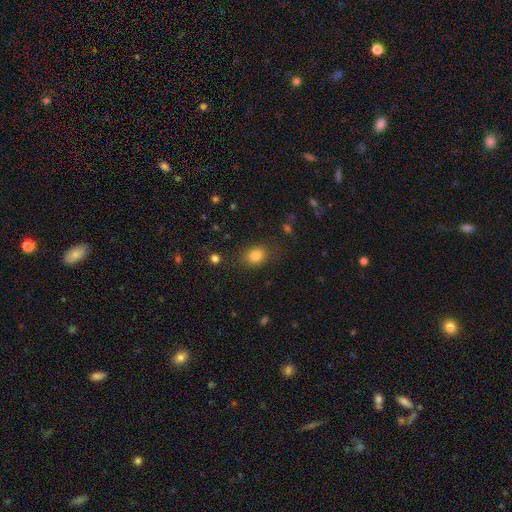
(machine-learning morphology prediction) Smooth or featured? smooth (81%)
How rounded? in between (55%)
Merging? none (80%)